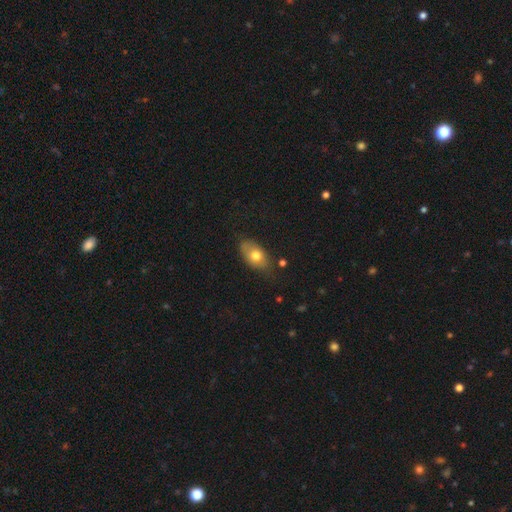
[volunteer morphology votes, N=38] smooth-or-featured: smooth: 71% | featured or disk: 26% | star or artifact: 3%
  how-rounded: in between: 81% | round: 11% | cigar-shaped: 7%
  merging: none: 68% | minor disturbance: 22% | major disturbance: 5% | merger: 5%